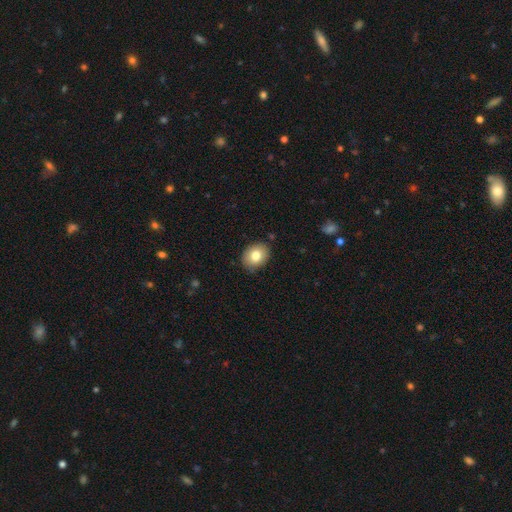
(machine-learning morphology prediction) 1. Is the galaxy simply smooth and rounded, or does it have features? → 79% smooth, 12% featured or disk, 9% star or artifact.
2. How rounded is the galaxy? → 59% in between, 40% round, 1% cigar-shaped.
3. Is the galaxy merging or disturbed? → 86% none, 11% minor disturbance, 2% major disturbance, 1% merger.